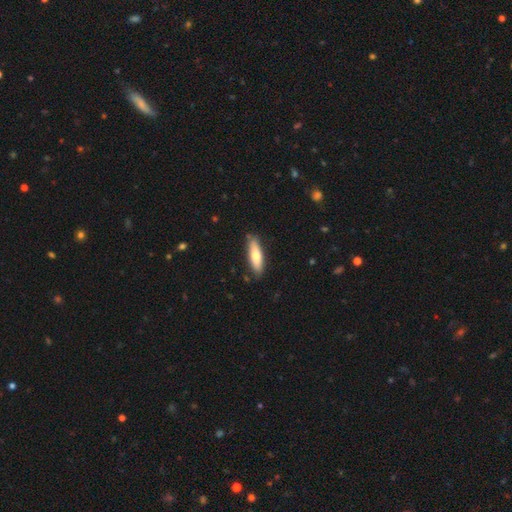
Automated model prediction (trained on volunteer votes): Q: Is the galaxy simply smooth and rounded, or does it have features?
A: smooth — 69%.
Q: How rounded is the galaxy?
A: cigar-shaped — 59%.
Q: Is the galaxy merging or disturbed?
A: none — 85%.